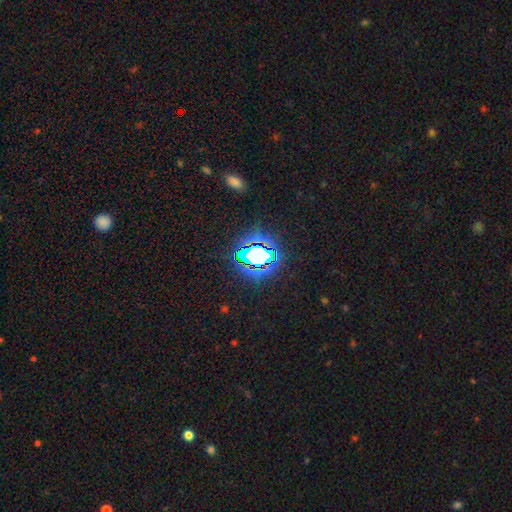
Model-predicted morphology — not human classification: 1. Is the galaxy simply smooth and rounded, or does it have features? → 64% star or artifact, 23% smooth, 13% featured or disk.